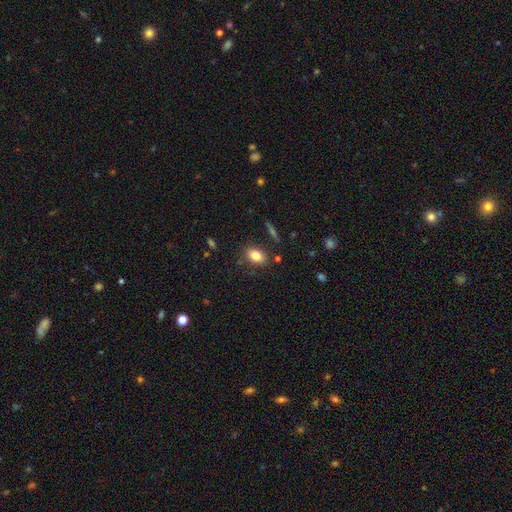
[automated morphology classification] This is clearly a smooth galaxy (82%). How rounded: likely in between (76%). Merging: clearly none (82%).